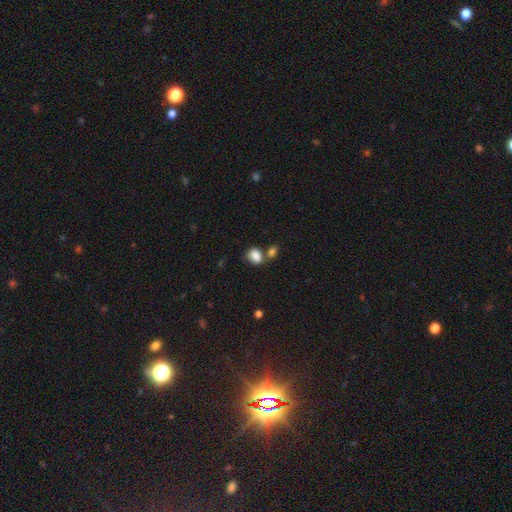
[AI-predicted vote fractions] Morphology: type=smooth (85%); roundness=in between (63%); merging=none (46%).